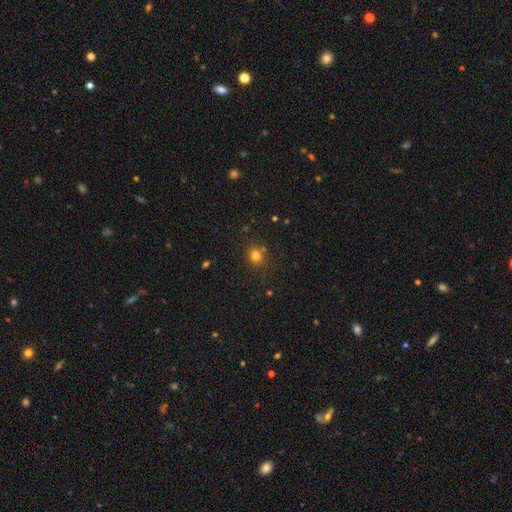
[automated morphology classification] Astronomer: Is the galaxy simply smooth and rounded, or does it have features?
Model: smooth — 77%.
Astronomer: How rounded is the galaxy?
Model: round — 80%.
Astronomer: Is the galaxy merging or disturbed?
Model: none — 80%.